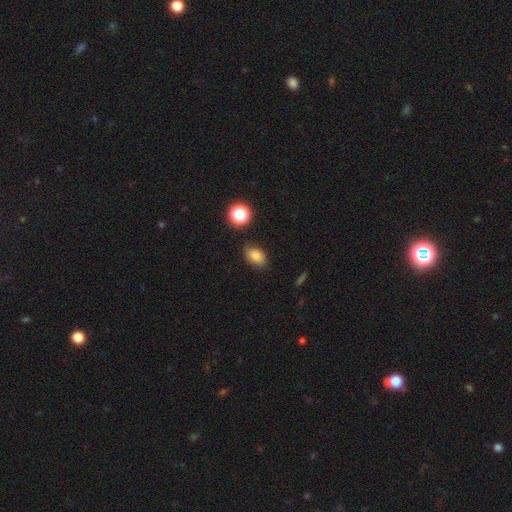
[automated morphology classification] This appears to be a smooth galaxy with no disk features (82%) that is in between round and cigar-shaped (83%). Merging: none (79%).